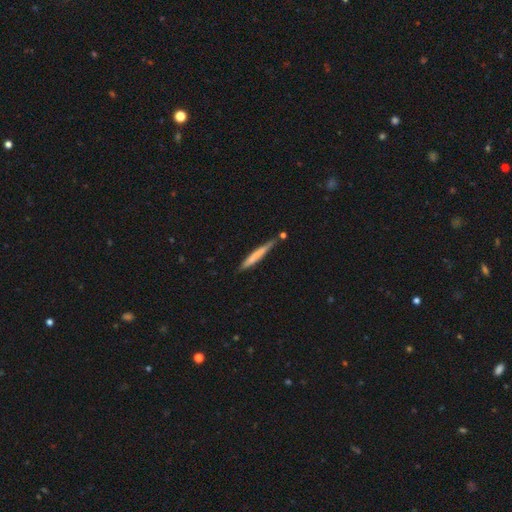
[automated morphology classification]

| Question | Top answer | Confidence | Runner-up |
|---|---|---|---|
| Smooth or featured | smooth | 63% | featured or disk (31%) |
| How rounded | cigar-shaped | 95% | in between (3%) |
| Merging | none | 71% | minor disturbance (18%) |